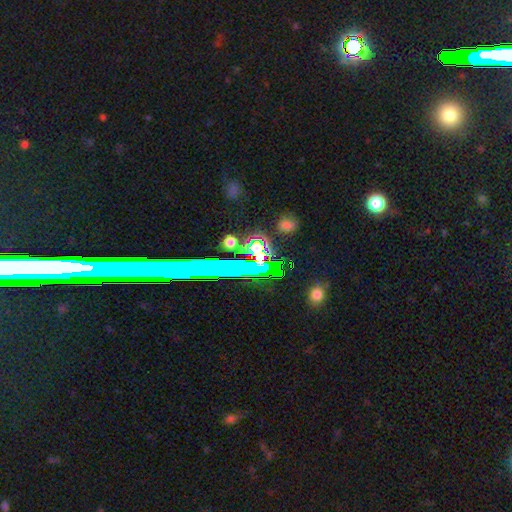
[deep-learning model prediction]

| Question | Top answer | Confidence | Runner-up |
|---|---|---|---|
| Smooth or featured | star or artifact | 61% | smooth (22%) |